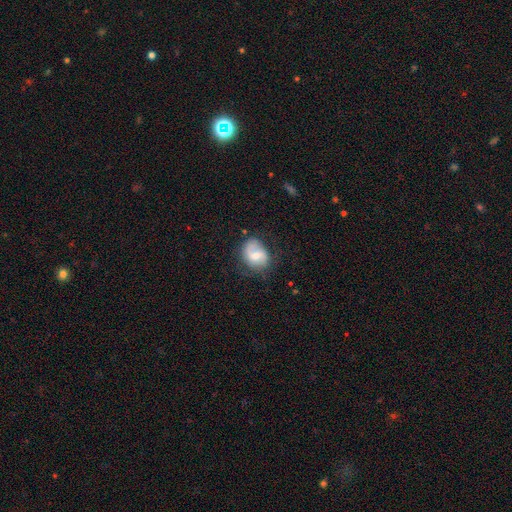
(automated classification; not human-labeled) The model was most divided on "smooth or featured": featured or disk: 50%, smooth: 43%, star or artifact: 7%. More confident: merging — none (59%).